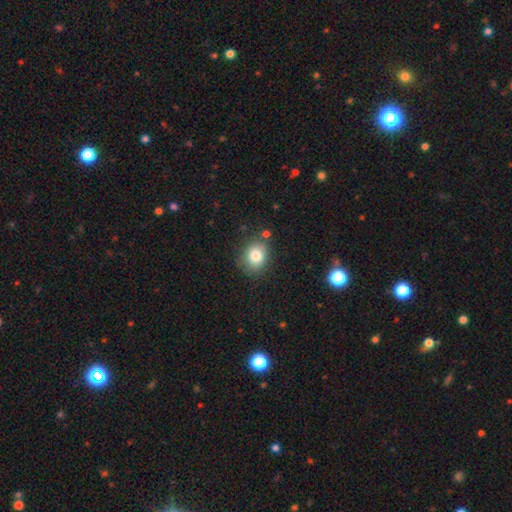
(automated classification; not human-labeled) Overall: smooth (81%). How rounded: round (58%; in between 41%). Merging: none (78%).